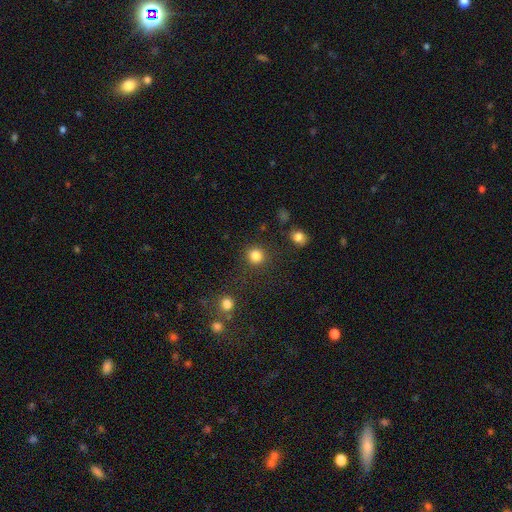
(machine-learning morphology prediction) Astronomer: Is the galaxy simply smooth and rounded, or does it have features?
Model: smooth — 84%.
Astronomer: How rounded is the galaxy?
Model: round — 92%.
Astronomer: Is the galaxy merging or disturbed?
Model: none — 87%.